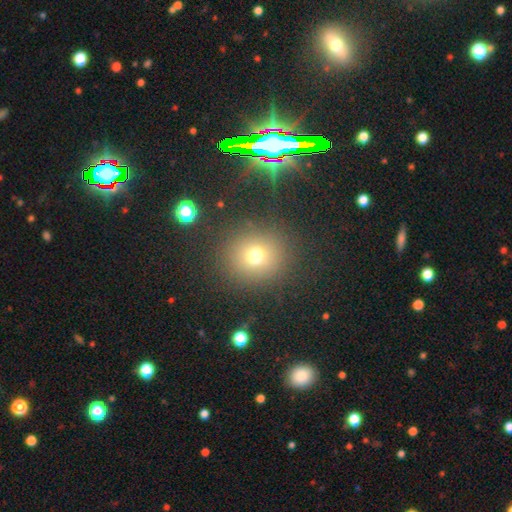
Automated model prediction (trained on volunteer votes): Morphology: type=smooth (67%); roundness=round (89%); merging=none (87%).